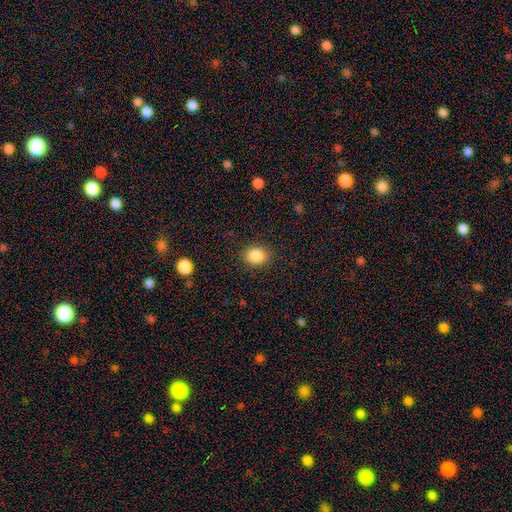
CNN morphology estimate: This is clearly a smooth galaxy (86%). How rounded: possibly round (60%). Merging: clearly none (88%).